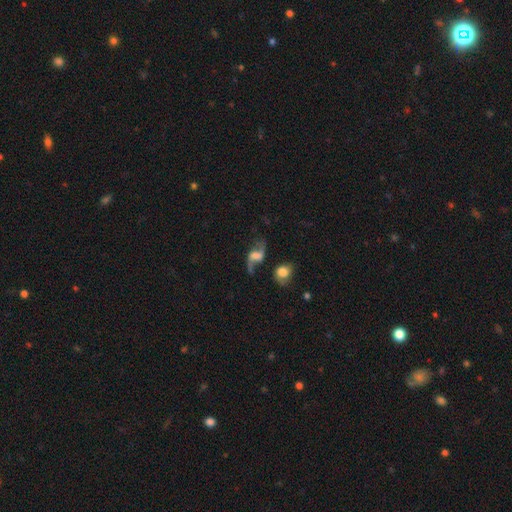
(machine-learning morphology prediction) smooth_or_featured: featured or disk (p=0.75) [alt: smooth p=0.16]
disk_edge_on: no (p=0.95) [alt: yes p=0.05]
bar: weak (p=0.47) [alt: no p=0.31]
has_spiral_arms: yes (p=0.92) [alt: no p=0.08]
spiral_winding: loose (p=0.85) [alt: medium p=0.12]
spiral_arm_count: 2 (p=0.92) [alt: 1 p=0.03]
bulge_size: none (p=0.35) [alt: moderate p=0.22]
merging: none (p=0.59) [alt: minor disturbance p=0.17]